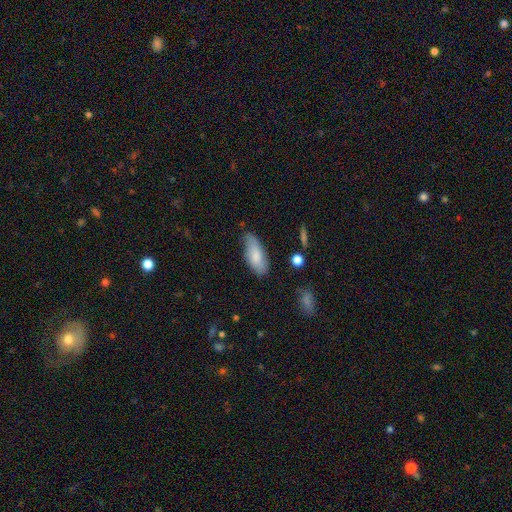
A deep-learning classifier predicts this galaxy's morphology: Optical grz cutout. It shows a smooth galaxy with no disk features (80%) that is in between round and cigar-shaped (81%). Merging: none (63%).